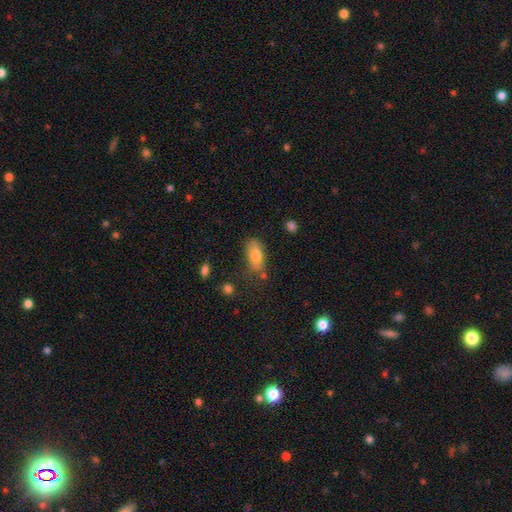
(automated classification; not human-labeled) Smooth or featured?
  - smooth: 78% *
  - featured or disk: 14%
  - star or artifact: 8%
How rounded?
  - in between: 84% *
  - cigar-shaped: 11%
  - round: 5%
Merging?
  - none: 62% *
  - minor disturbance: 23%
  - major disturbance: 7%
  - merger: 7%